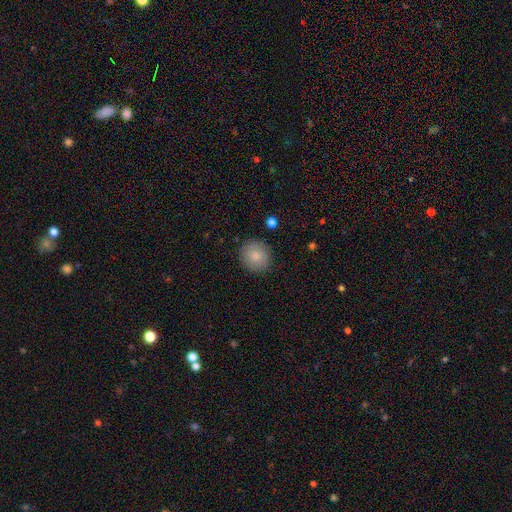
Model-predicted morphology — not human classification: smooth-or-featured: smooth: 83% | featured or disk: 10% | star or artifact: 7%
  how-rounded: round: 91% | in between: 8% | cigar-shaped: 1%
  merging: none: 88% | minor disturbance: 9% | major disturbance: 2% | merger: 1%